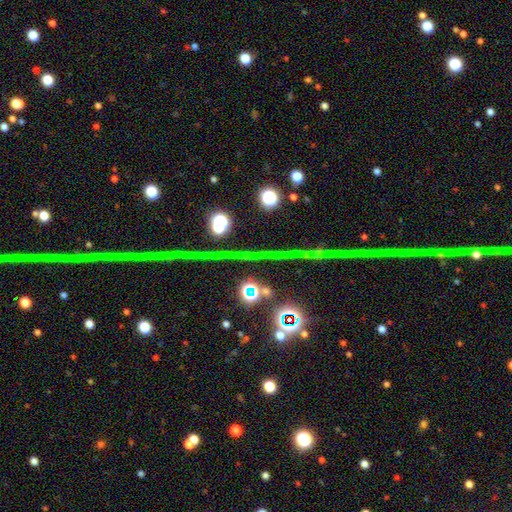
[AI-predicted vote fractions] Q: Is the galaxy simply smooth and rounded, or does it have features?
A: star or artifact — 70%.